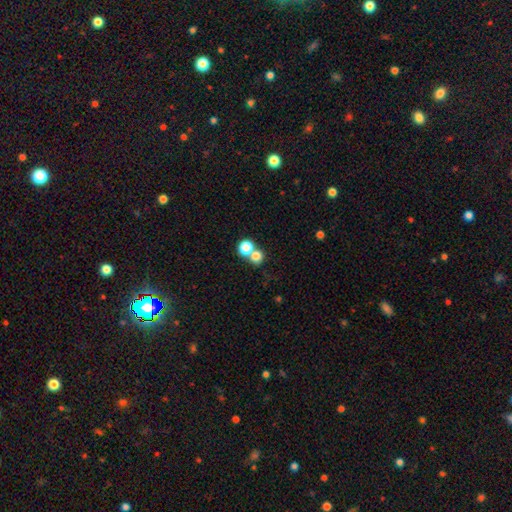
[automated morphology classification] This appears to be a smooth galaxy with no disk features (77%) that is round (84%). Merging: none (47%).